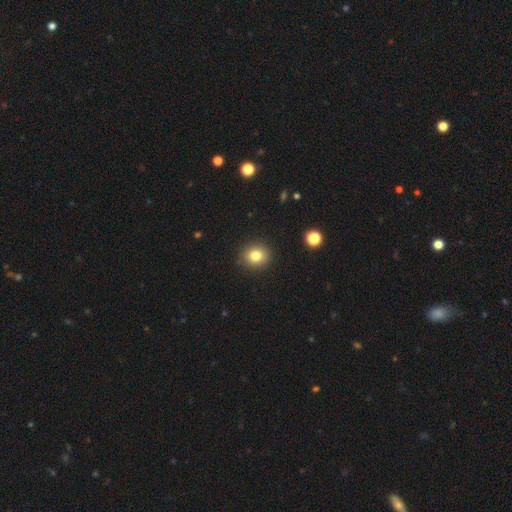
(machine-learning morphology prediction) smooth-or-featured: smooth: 81% | star or artifact: 12% | featured or disk: 7%
  how-rounded: round: 81% | in between: 18% | cigar-shaped: 1%
  merging: none: 90% | minor disturbance: 7% | major disturbance: 2% | merger: 1%